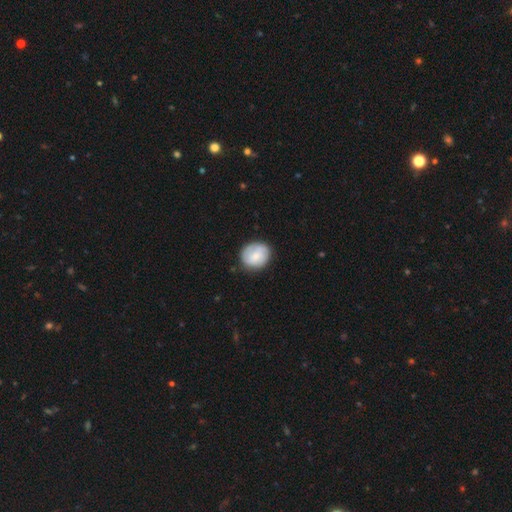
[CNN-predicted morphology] Smooth or featured: smooth — 66% (featured or disk — 27%)
How rounded: round — 75% (in between — 24%)
Merging: none — 79% (minor disturbance — 16%)